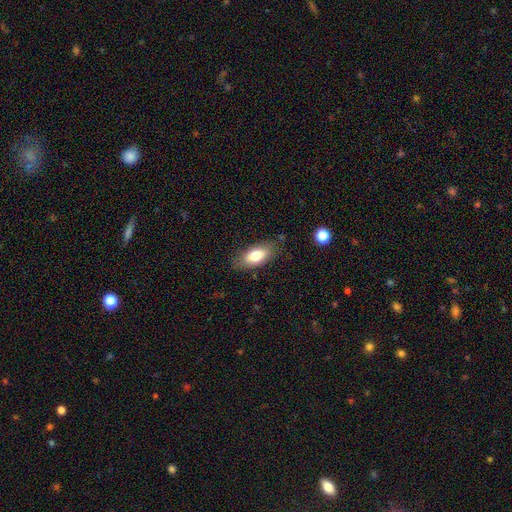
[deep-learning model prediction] This is likely a smooth galaxy (77%). How rounded: clearly in between (85%). Merging: clearly none (80%).